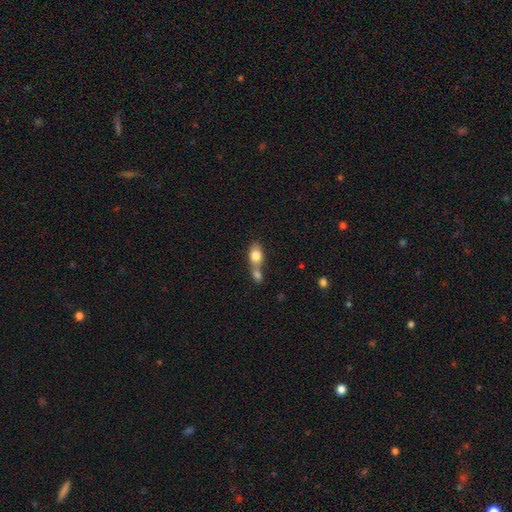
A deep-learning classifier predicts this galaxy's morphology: Smooth or featured: smooth — 78% (featured or disk — 14%)
How rounded: in between — 70% (round — 25%)
Merging: merger — 65% (none — 23%)